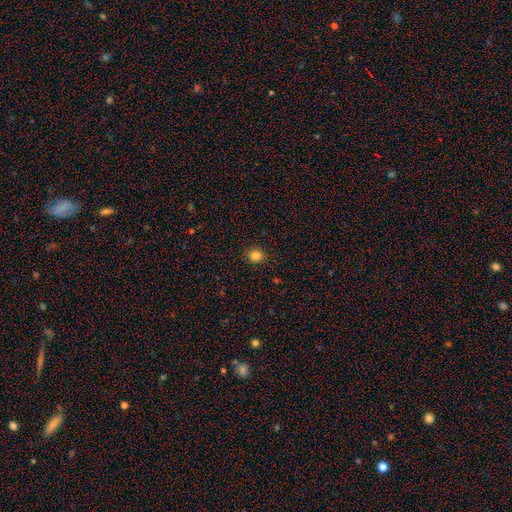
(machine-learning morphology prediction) A smooth galaxy with no disk features (83%) that is round (76%). Merging: none (90%).